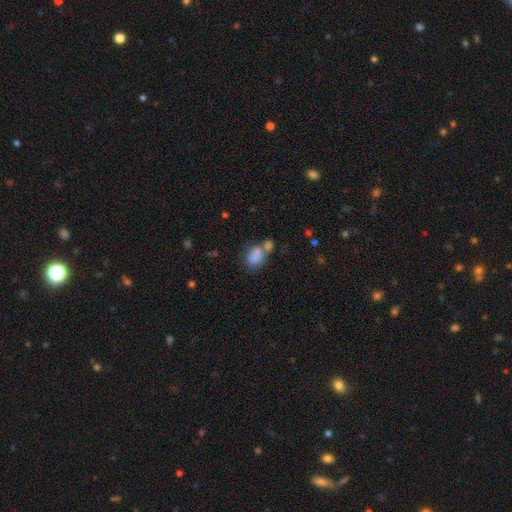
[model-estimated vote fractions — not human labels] smooth-or-featured: smooth: 78% | featured or disk: 11% | star or artifact: 10%
  how-rounded: in between: 75% | round: 23% | cigar-shaped: 2%
  merging: merger: 43% | none: 32% | minor disturbance: 15% | major disturbance: 10%